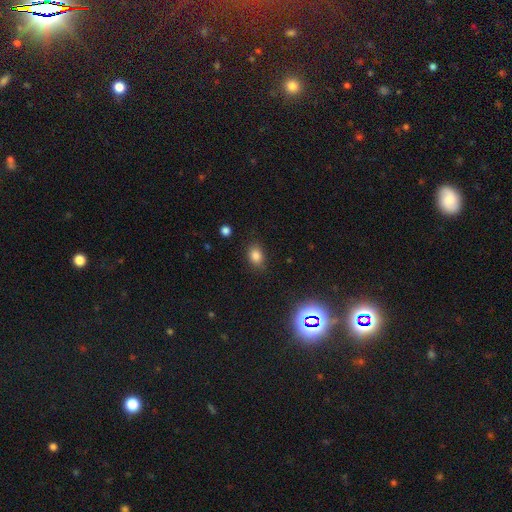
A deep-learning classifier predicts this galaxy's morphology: This appears to be a smooth galaxy with no disk features (80%) that is in between round and cigar-shaped (65%). Merging: none (80%).